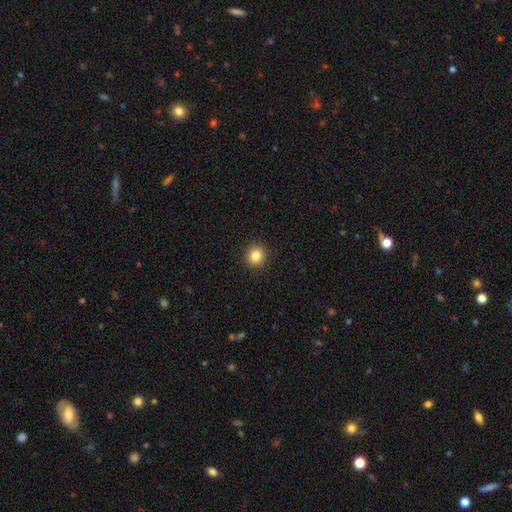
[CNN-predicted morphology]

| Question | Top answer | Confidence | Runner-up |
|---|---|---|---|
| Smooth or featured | smooth | 84% | star or artifact (10%) |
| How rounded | round | 87% | in between (12%) |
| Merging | none | 92% | minor disturbance (5%) |